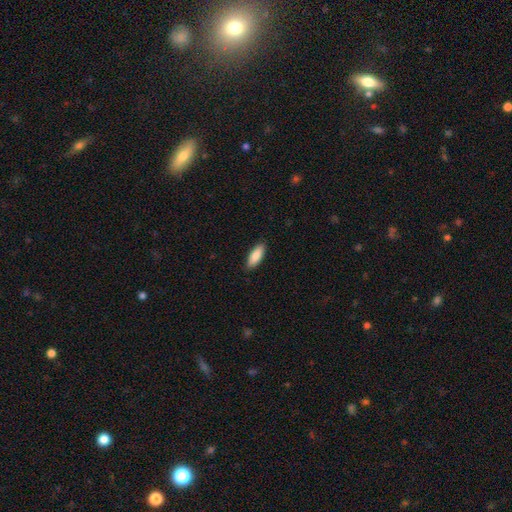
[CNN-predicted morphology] Smooth or featured? smooth (87%)
How rounded? in between (73%)
Merging? none (89%)